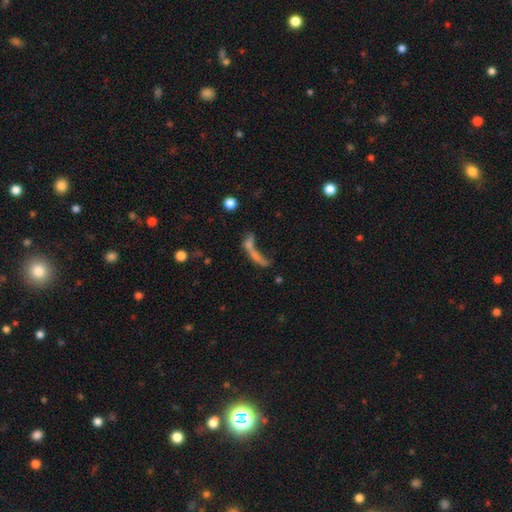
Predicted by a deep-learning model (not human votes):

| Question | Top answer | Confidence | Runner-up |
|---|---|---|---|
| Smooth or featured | smooth | 44% | featured or disk (36%) |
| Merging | merger | 44% | none (25%) |